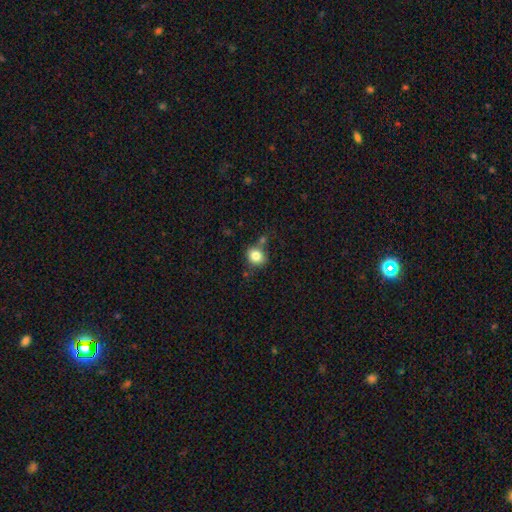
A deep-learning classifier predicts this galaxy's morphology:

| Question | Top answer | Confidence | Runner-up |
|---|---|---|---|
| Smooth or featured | smooth | 82% | star or artifact (10%) |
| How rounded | round | 65% | in between (34%) |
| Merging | none | 69% | minor disturbance (16%) |